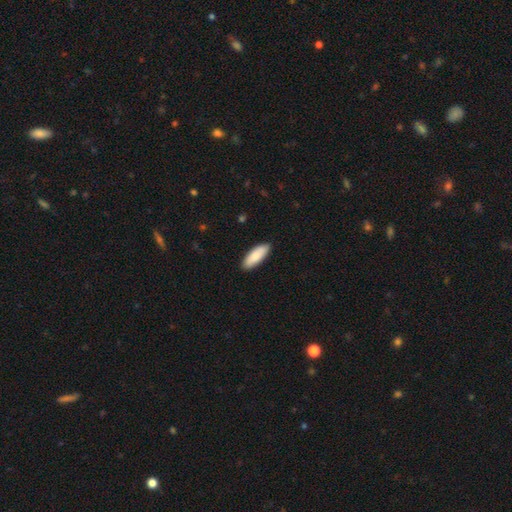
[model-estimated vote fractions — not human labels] smooth 86%, featured or disk 9%, star or artifact 5%. Down the decision tree: how rounded — in between (68%); merging — none (90%).